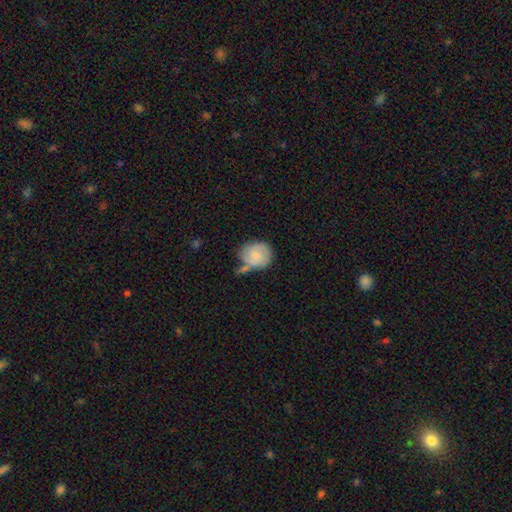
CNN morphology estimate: Q: Smooth or featured?
A: smooth (58%); runner-up: featured or disk (35%)
Q: How rounded?
A: round (81%); runner-up: in between (18%)
Q: Merging?
A: none (46%); runner-up: minor disturbance (25%)